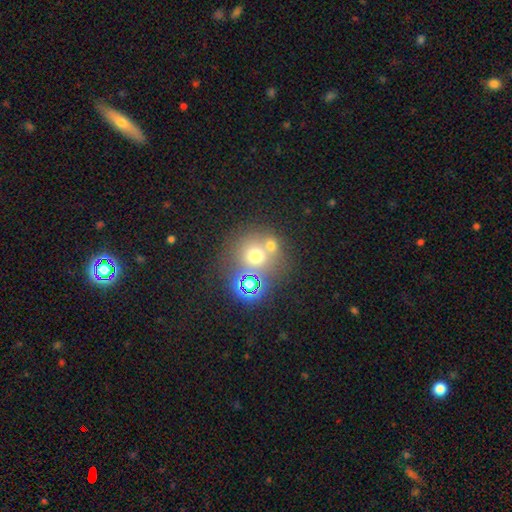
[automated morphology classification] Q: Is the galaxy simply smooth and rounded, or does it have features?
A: smooth — 62%.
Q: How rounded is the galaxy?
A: round — 86%.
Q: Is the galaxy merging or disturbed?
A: none — 52%.